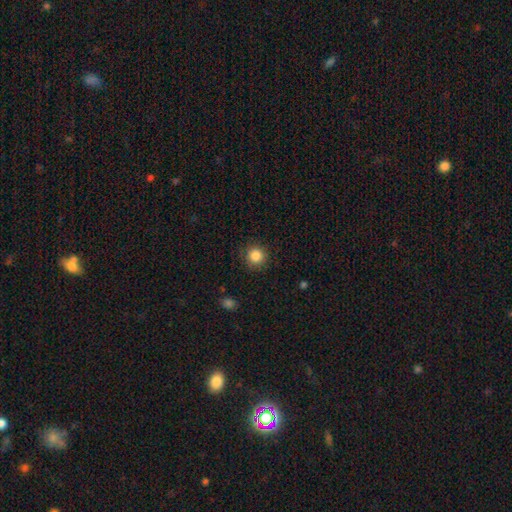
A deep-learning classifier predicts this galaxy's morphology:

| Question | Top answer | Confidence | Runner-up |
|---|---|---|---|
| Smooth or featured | smooth | 86% | star or artifact (10%) |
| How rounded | round | 93% | in between (6%) |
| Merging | none | 88% | minor disturbance (8%) |